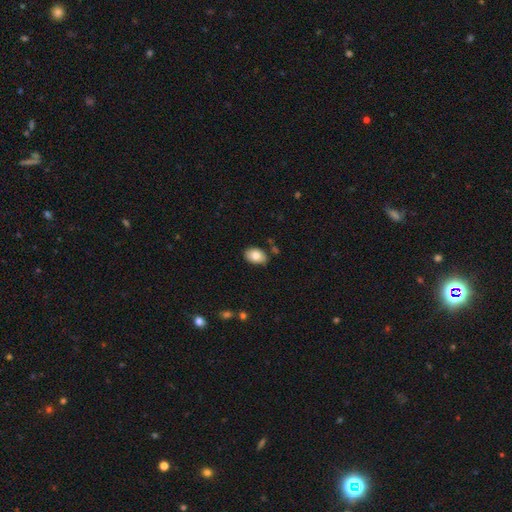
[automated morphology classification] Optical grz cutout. It shows a smooth galaxy with no disk features (81%) that is in between round and cigar-shaped (85%). Merging: none (79%).